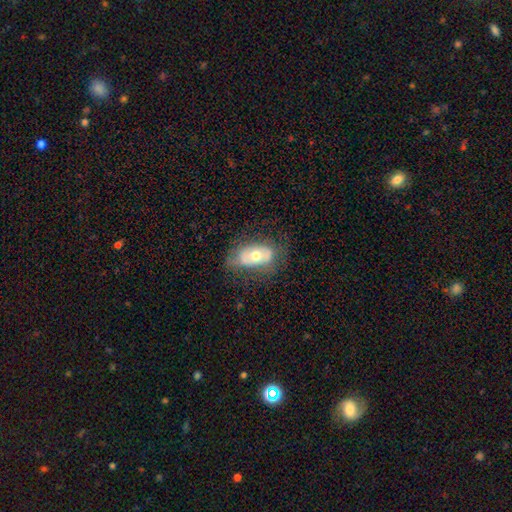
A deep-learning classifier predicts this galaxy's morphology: Smooth or featured? Predicted: featured or disk (p=0.47). Merging? Predicted: none (p=0.63).